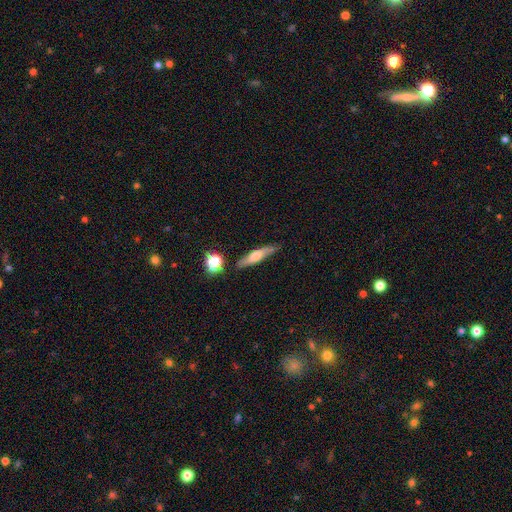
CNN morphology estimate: smooth 50%, featured or disk 41%, star or artifact 8%. Down the decision tree: how rounded — cigar-shaped (79%); merging — none (82%).